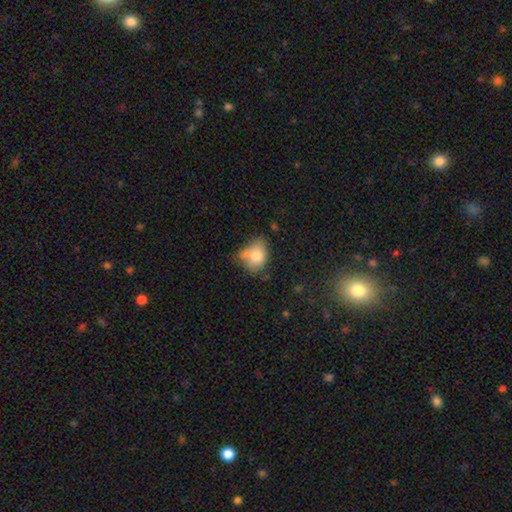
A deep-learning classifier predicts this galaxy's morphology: type=smooth (77%); roundness=in between (60%); merging=none (39%).